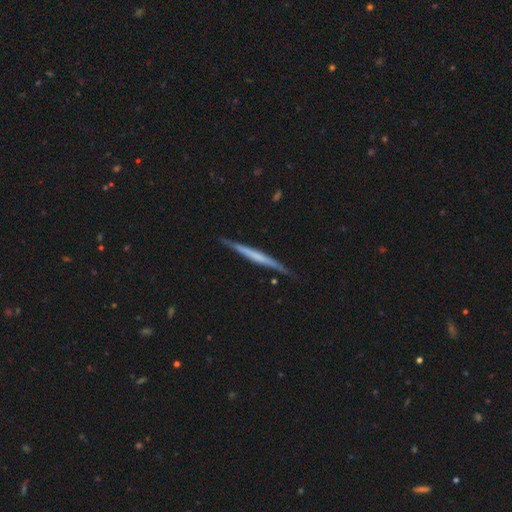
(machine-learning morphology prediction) featured or disk 60%, smooth 34%, star or artifact 5%. Down the decision tree: edge-on disk — yes (97%); edge-on bulge — none (72%); merging — none (88%).